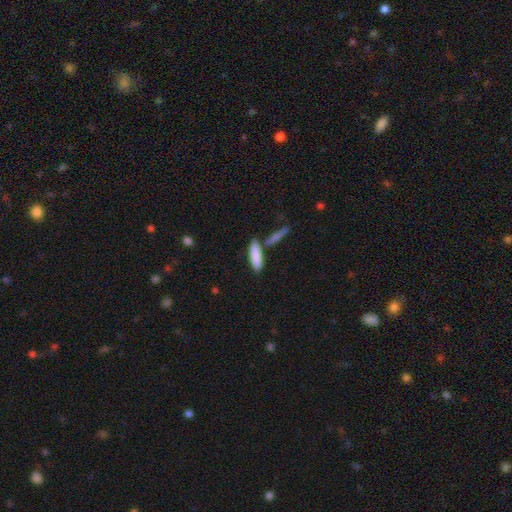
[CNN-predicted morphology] This appears to be a smooth galaxy with no disk features (84%) that is cigar-shaped (62%). Merging: none (67%).